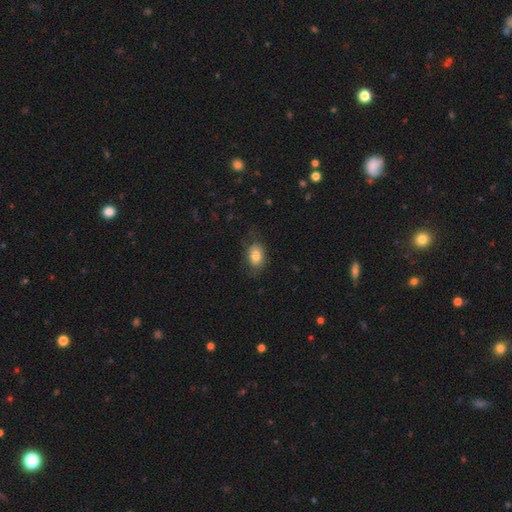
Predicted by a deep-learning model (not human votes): Smooth or featured: smooth — 77% (featured or disk — 15%)
How rounded: in between — 84% (round — 15%)
Merging: none — 65% (minor disturbance — 23%)